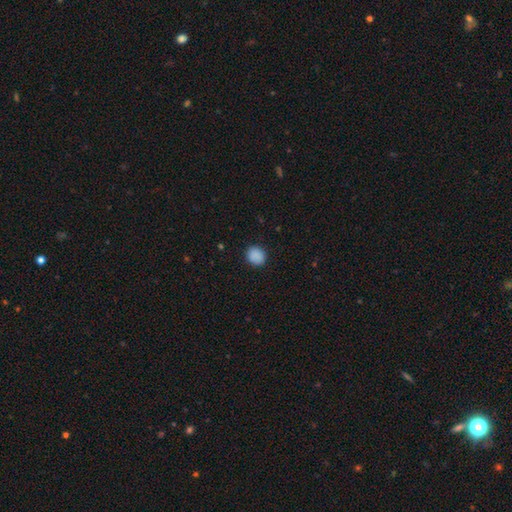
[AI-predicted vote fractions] A smooth galaxy with no disk features (89%) that is round (74%). Merging: none (87%).